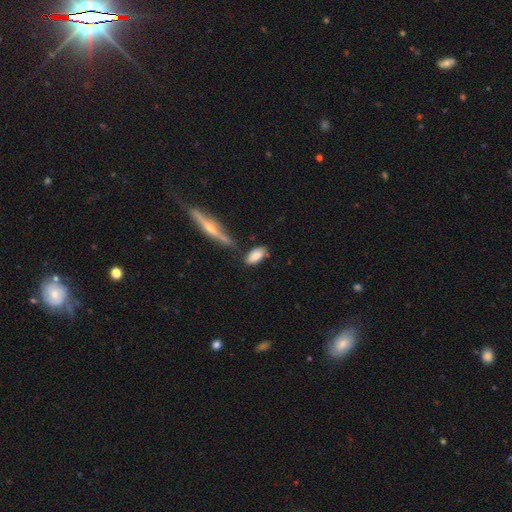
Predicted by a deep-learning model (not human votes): The model was most divided on "merging": none: 66%, minor disturbance: 19%, merger: 10%, major disturbance: 5%. More confident: how rounded — in between (87%); smooth or featured — smooth (77%).